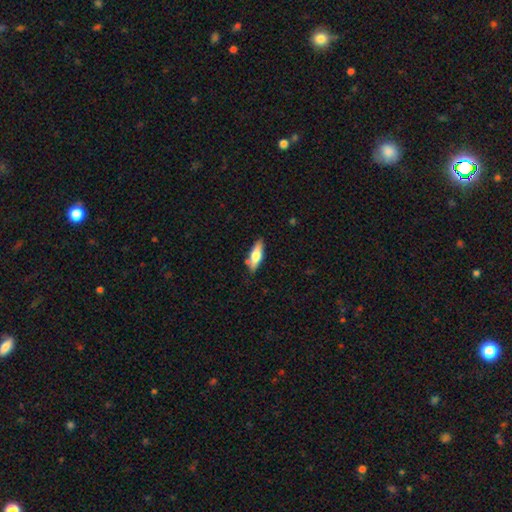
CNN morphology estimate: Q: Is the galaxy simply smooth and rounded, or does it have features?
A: smooth — 62%.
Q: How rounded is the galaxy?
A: in between — 55%.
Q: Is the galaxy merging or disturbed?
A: none — 80%.